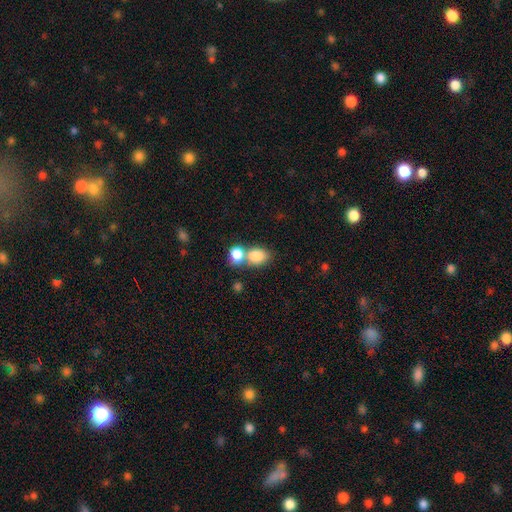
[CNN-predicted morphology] smooth-or-featured: smooth: 81% | star or artifact: 9% | featured or disk: 9%
  how-rounded: in between: 62% | round: 36% | cigar-shaped: 1%
  merging: merger: 52% | none: 36% | minor disturbance: 8% | major disturbance: 4%